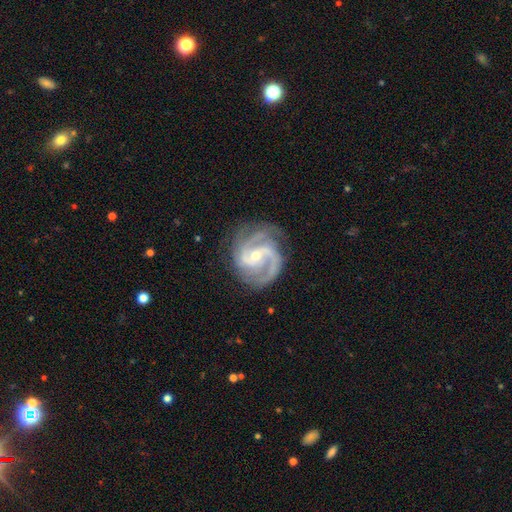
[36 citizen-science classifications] Q: Smooth or featured?
A: featured or disk (94%); runner-up: smooth (6%)
Q: Edge-on disk?
A: no (100%)
Q: Bar?
A: no (62%); runner-up: weak (21%)
Q: Spiral arms?
A: yes (94%); runner-up: no (6%)
Q: Spiral winding?
A: medium (66%); runner-up: tight (28%)
Q: Spiral arm count?
A: 2 (62%); runner-up: 3 (22%)
Q: Bulge size?
A: small (62%); runner-up: moderate (35%)
Q: Merging?
A: none (64%); runner-up: minor disturbance (31%)